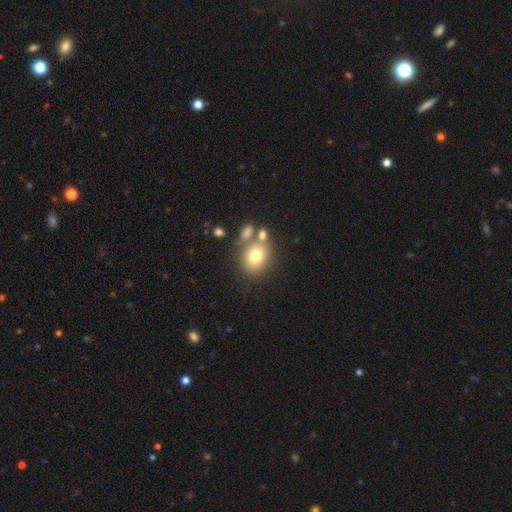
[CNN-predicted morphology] Overall: smooth (73%). How rounded: round (63%; in between 36%). Merging: none (61%; merger 22%).